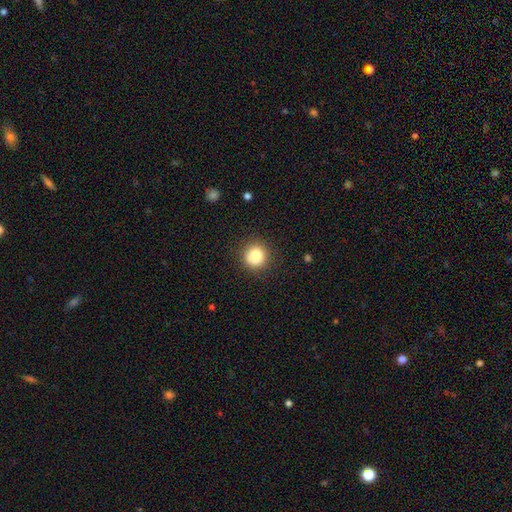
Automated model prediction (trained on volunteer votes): Smooth or featured?
  - smooth: 82% *
  - star or artifact: 10%
  - featured or disk: 7%
How rounded?
  - round: 94% *
  - in between: 5%
  - cigar-shaped: 1%
Merging?
  - none: 88% *
  - minor disturbance: 8%
  - major disturbance: 3%
  - merger: 1%